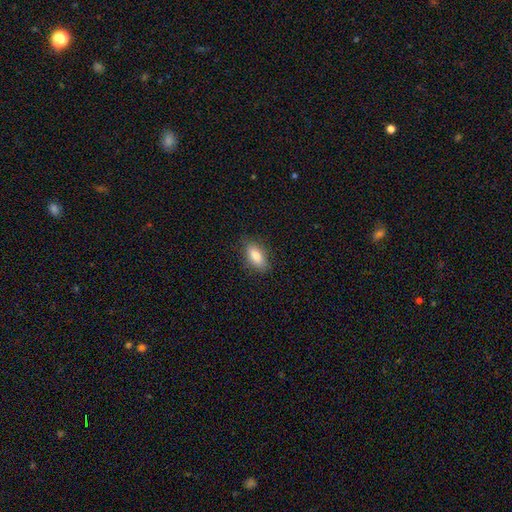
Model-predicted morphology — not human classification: smooth_or_featured: smooth (p=0.82) [alt: featured or disk p=0.11]
how_rounded: in between (p=0.84) [alt: cigar-shaped p=0.12]
merging: none (p=0.82) [alt: minor disturbance p=0.14]